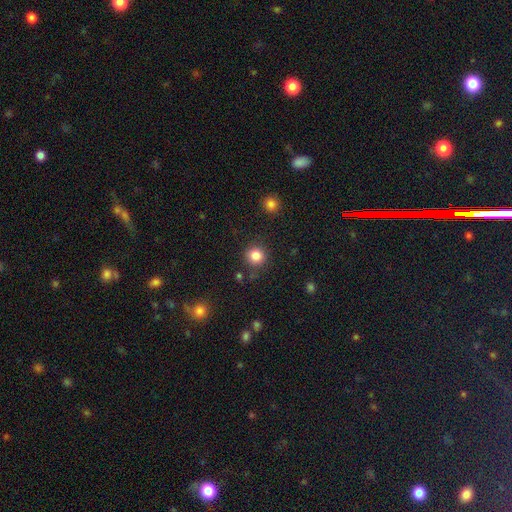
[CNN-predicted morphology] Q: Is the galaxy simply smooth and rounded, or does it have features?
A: smooth — 84%.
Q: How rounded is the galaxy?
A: round — 93%.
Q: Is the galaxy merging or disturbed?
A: none — 87%.